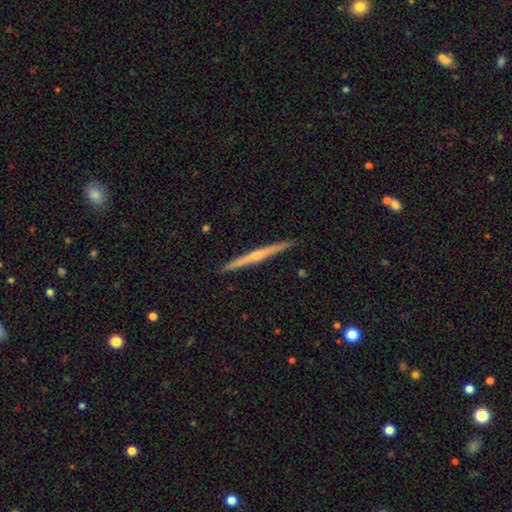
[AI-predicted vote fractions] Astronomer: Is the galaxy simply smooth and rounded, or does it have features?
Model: featured or disk — 64%.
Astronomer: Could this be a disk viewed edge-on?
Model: yes — 98%.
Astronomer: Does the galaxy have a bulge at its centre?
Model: rounded — 52% (runner-up: none, 43%).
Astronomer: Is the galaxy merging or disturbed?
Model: none — 92%.